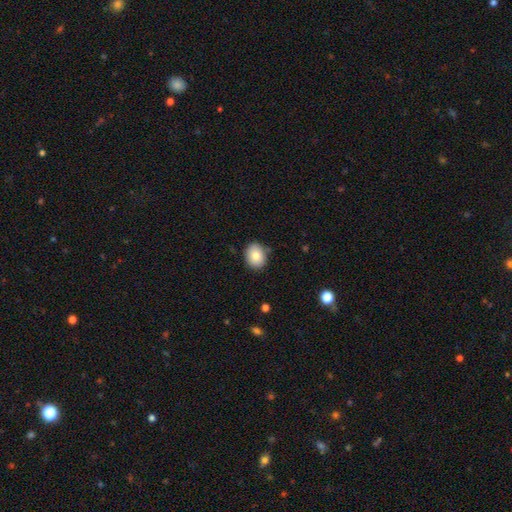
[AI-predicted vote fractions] Smooth or featured?
  - smooth: 82% *
  - featured or disk: 10%
  - star or artifact: 8%
How rounded?
  - round: 53% *
  - in between: 46%
  - cigar-shaped: 1%
Merging?
  - none: 84% *
  - minor disturbance: 11%
  - major disturbance: 2%
  - merger: 2%